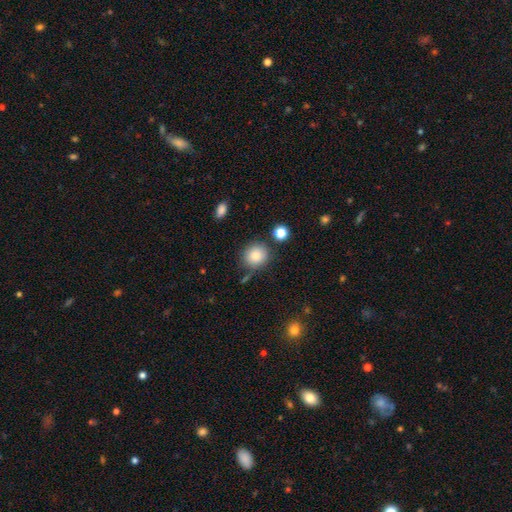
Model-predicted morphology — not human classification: Smooth or featured?
  - smooth: 85% *
  - star or artifact: 9%
  - featured or disk: 6%
How rounded?
  - round: 87% *
  - in between: 12%
  - cigar-shaped: 1%
Merging?
  - none: 78% *
  - minor disturbance: 12%
  - merger: 6%
  - major disturbance: 4%